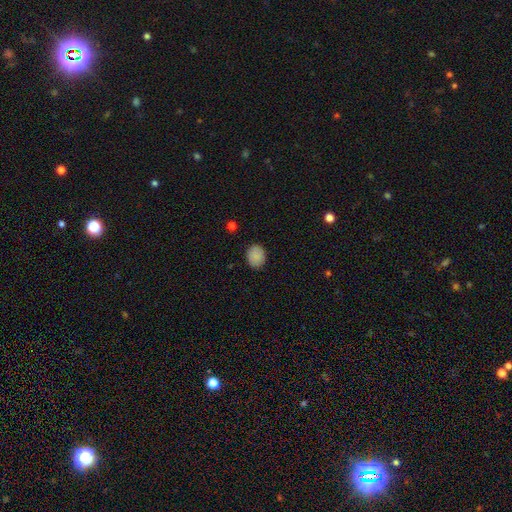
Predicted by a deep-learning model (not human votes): smooth 88%, star or artifact 9%, featured or disk 4%. Down the decision tree: how rounded — round (54%); merging — none (87%).